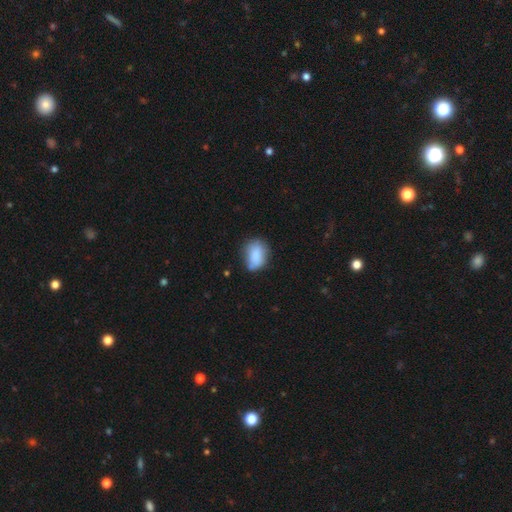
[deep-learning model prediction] Morphology: type=smooth (81%); roundness=in between (75%); merging=none (57%).